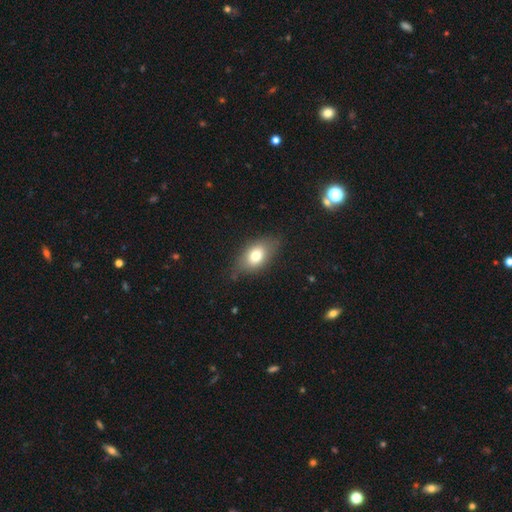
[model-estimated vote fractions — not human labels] This appears to be a smooth galaxy with no disk features (74%) that is in between round and cigar-shaped (84%). Merging: none (74%).